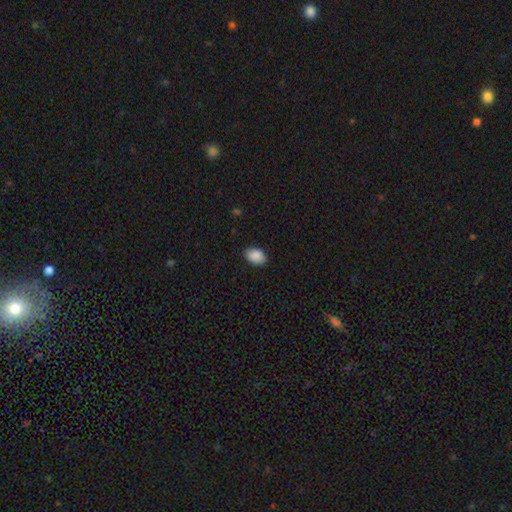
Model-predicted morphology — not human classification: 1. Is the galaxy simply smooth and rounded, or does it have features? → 89% smooth, 7% star or artifact, 3% featured or disk.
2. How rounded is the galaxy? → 85% in between, 14% round, 1% cigar-shaped.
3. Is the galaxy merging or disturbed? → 87% none, 10% minor disturbance, 2% major disturbance, 1% merger.